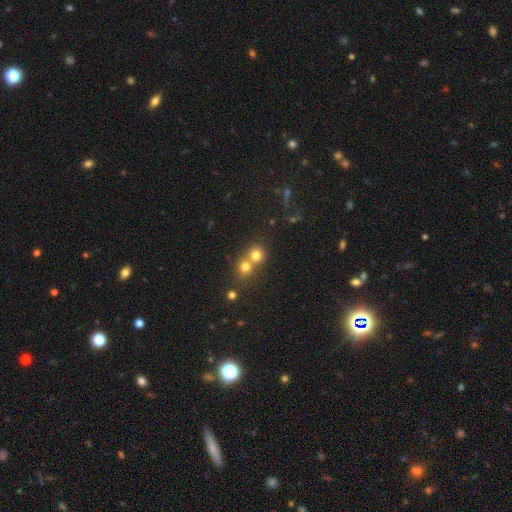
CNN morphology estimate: smooth-or-featured: smooth: 74% | star or artifact: 14% | featured or disk: 11%
  how-rounded: round: 82% | in between: 17% | cigar-shaped: 1%
  merging: merger: 55% | none: 37% | minor disturbance: 5% | major disturbance: 2%